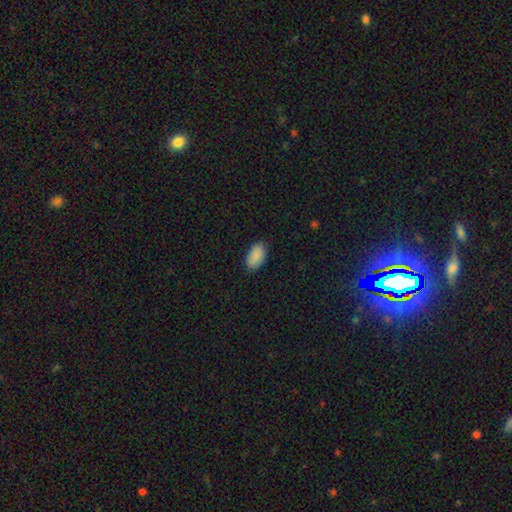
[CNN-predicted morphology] smooth 90%, star or artifact 7%, featured or disk 4%. Down the decision tree: how rounded — in between (94%); merging — none (84%).